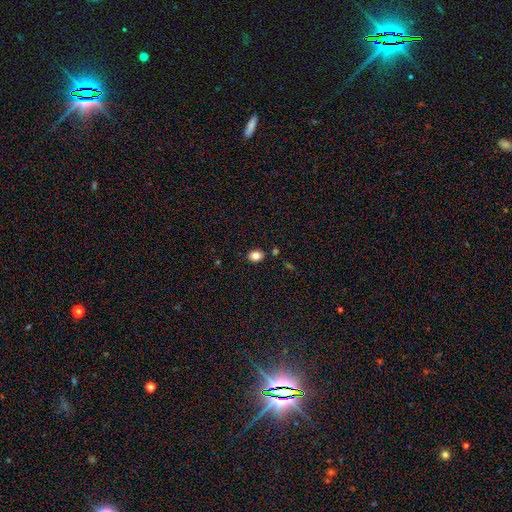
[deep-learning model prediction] smooth_or_featured: smooth (p=0.83) [alt: star or artifact p=0.10]
how_rounded: in between (p=0.64) [alt: round p=0.35]
merging: none (p=0.84) [alt: minor disturbance p=0.09]